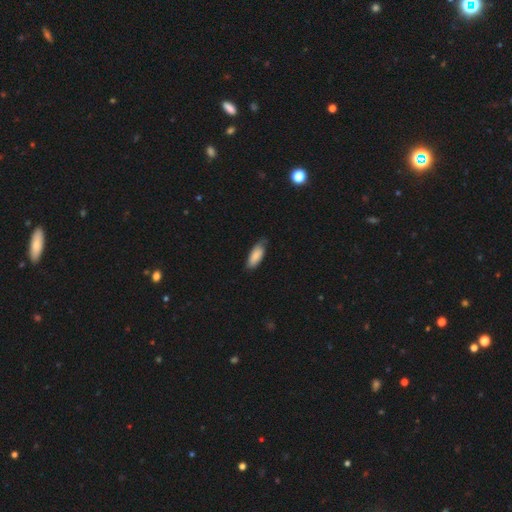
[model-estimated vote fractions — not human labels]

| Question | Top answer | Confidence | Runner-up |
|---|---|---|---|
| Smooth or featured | smooth | 80% | featured or disk (14%) |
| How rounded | in between | 78% | cigar-shaped (20%) |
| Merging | none | 63% | minor disturbance (30%) |